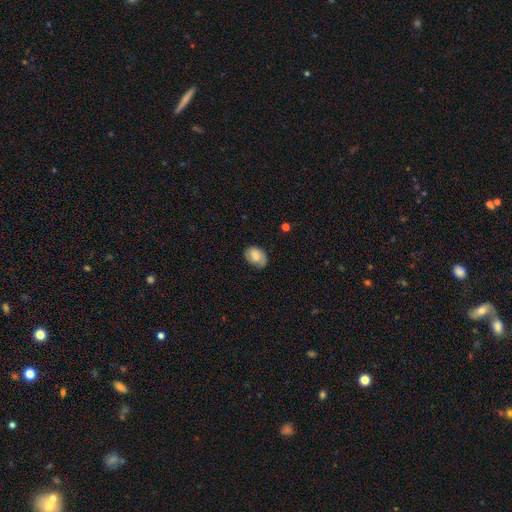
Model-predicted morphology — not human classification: Smooth or featured? smooth (66%)
How rounded? in between (74%)
Merging? none (60%)